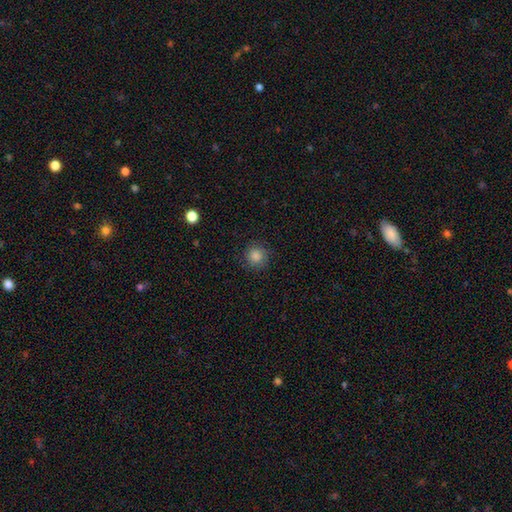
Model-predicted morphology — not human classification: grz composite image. It shows a smooth galaxy with no disk features (80%) that is round (93%). Merging: none (85%).